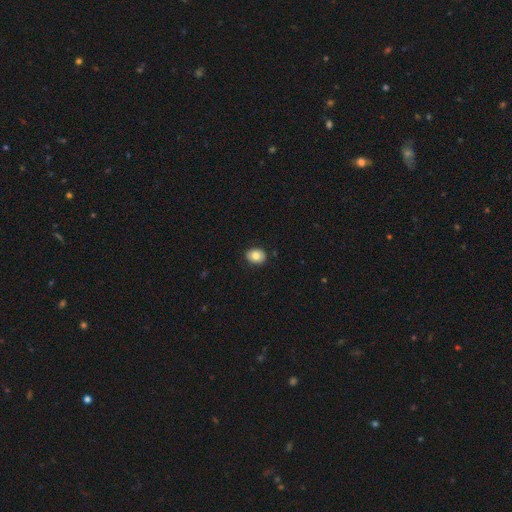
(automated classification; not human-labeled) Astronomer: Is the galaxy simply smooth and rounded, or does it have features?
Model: smooth — 80%.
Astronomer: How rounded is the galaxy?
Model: in between — 60% (runner-up: round, 39%).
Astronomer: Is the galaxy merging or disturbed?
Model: none — 88%.